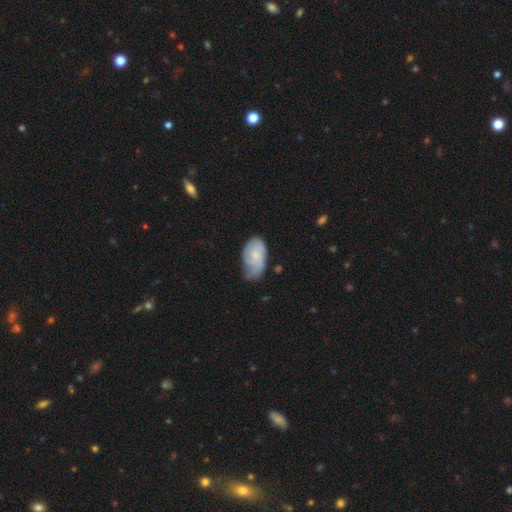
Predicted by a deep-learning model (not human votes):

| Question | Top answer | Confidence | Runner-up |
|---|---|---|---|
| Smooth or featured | smooth | 50% | featured or disk (43%) |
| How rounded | in between | 92% | round (6%) |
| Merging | minor disturbance | 41% | none (38%) |